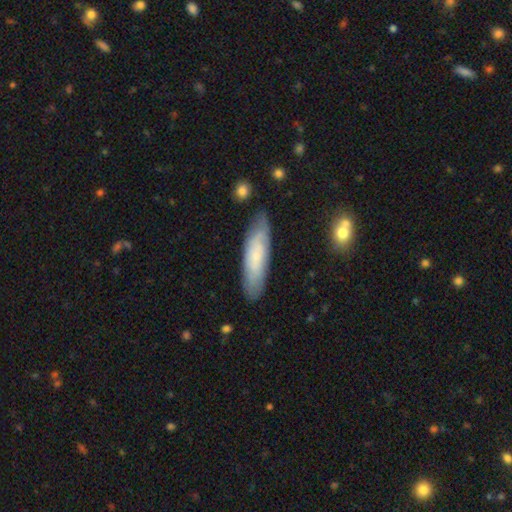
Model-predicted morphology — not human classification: Smooth or featured? smooth (55%)
How rounded? cigar-shaped (62%)
Merging? none (80%)